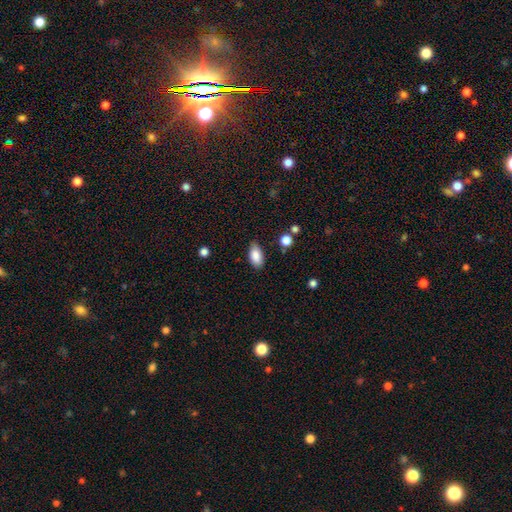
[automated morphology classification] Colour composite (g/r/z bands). It shows a smooth galaxy with no disk features (87%) that is in between round and cigar-shaped (92%). Merging: none (82%).